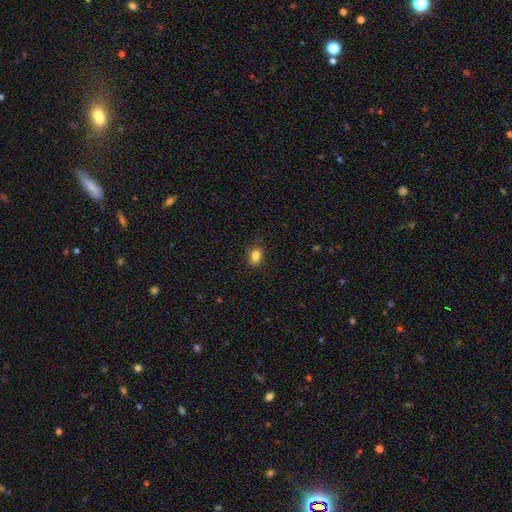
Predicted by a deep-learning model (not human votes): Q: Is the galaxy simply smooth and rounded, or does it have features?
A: smooth — 84%.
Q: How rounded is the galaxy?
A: in between — 66%.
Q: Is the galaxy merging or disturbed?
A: none — 83%.